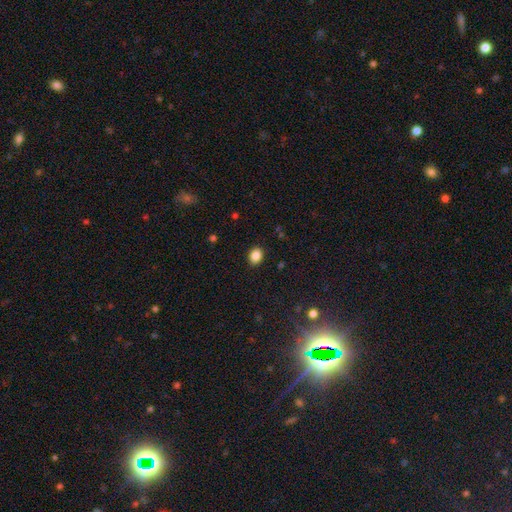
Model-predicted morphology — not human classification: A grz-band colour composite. It shows a smooth galaxy with no disk features (87%) that is in between round and cigar-shaped (57%). Merging: none (89%).